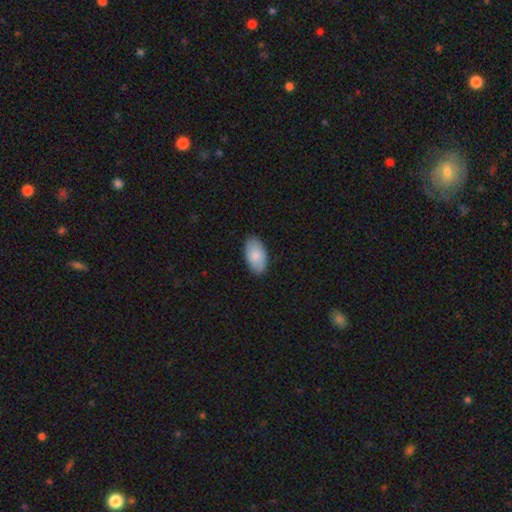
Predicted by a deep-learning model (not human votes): Q: Smooth or featured?
A: smooth (85%); runner-up: featured or disk (9%)
Q: How rounded?
A: in between (95%); runner-up: round (3%)
Q: Merging?
A: none (87%); runner-up: minor disturbance (10%)